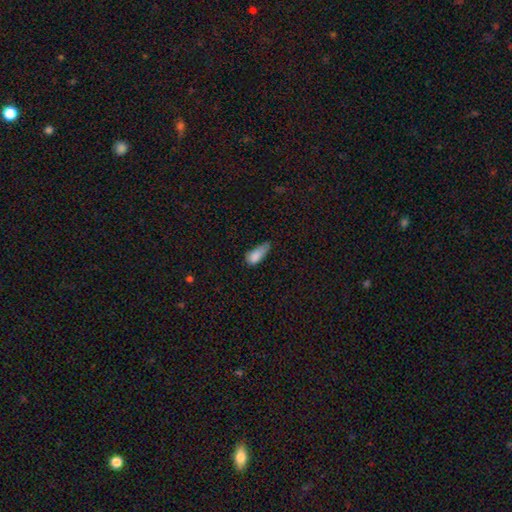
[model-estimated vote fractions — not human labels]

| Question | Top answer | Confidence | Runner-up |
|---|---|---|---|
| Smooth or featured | smooth | 82% | featured or disk (9%) |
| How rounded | in between | 81% | cigar-shaped (16%) |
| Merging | minor disturbance | 48% | none (24%) |